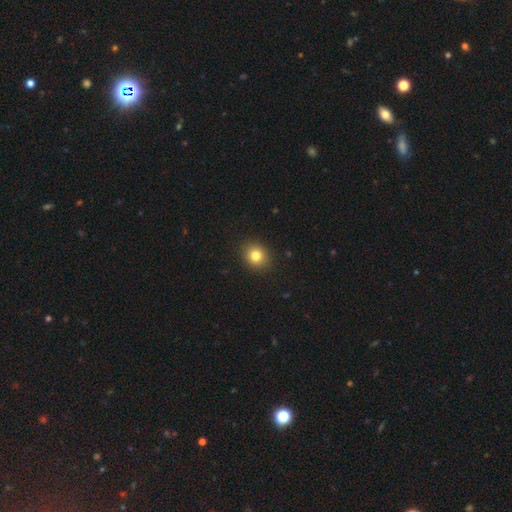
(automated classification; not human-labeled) Morphology: type=smooth (81%); roundness=round (75%); merging=none (91%).